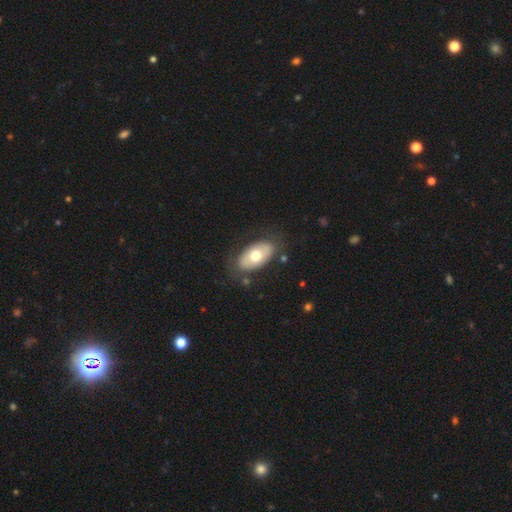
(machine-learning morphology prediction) Overall: smooth (61%; featured or disk 33%). How rounded: in between (94%). Merging: none (79%).